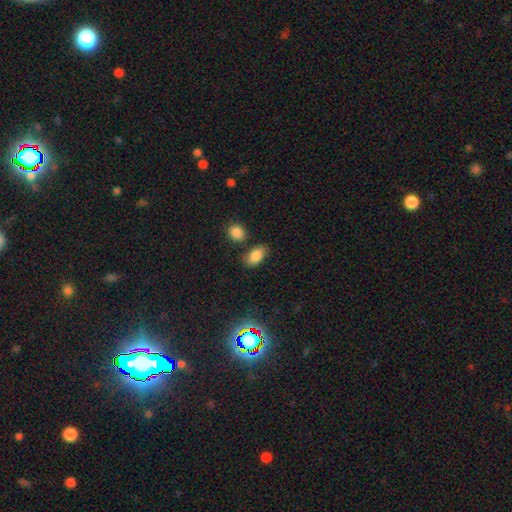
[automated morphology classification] Smooth or featured? Predicted: smooth (p=0.81). How rounded? Predicted: in between (p=0.88). Merging? Predicted: none (p=0.76).